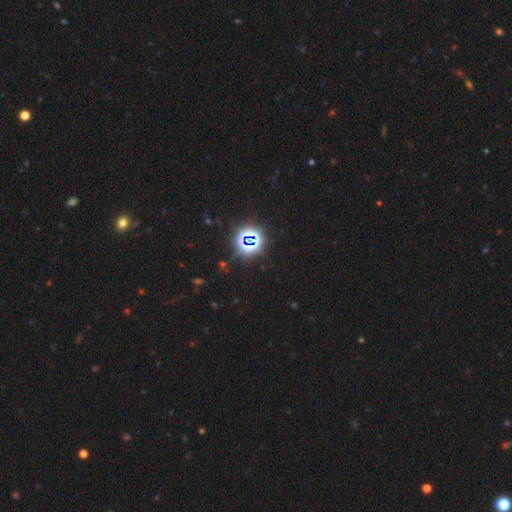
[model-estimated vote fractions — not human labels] Smooth or featured: star or artifact — 83% (smooth — 11%)